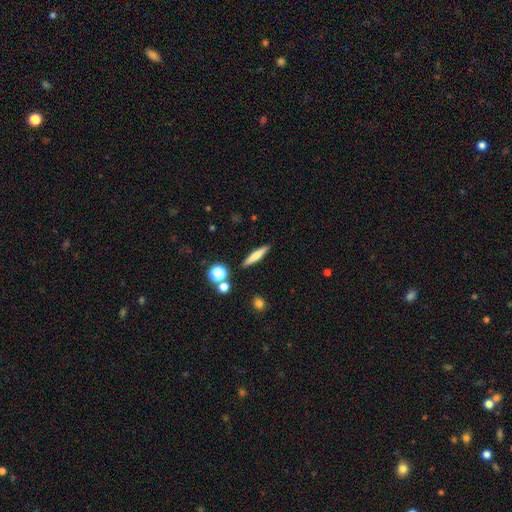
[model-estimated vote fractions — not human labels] smooth_or_featured: smooth (p=0.69) [alt: featured or disk p=0.22]
how_rounded: cigar-shaped (p=0.88) [alt: in between p=0.10]
merging: none (p=0.88) [alt: minor disturbance p=0.07]